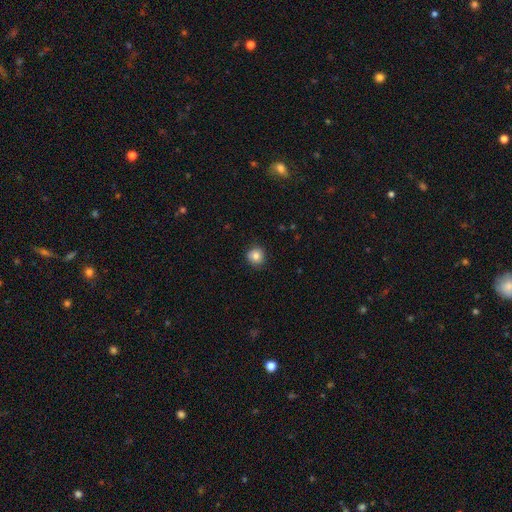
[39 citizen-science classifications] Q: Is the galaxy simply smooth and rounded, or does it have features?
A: smooth — 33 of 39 (85%).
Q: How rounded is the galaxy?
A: round — 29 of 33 (88%).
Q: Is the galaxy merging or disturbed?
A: none — 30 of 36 (83%).